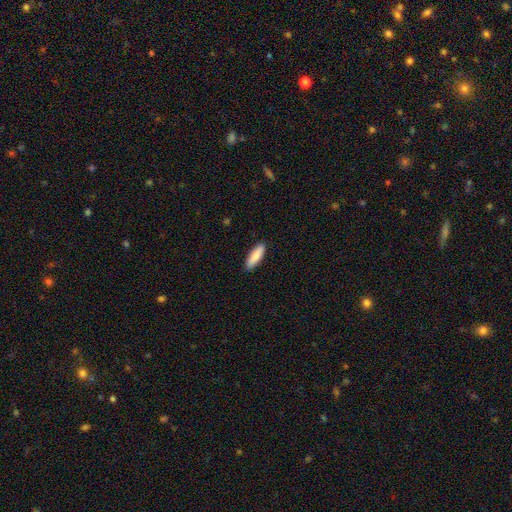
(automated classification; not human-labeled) The model was most divided on "how rounded": cigar-shaped: 53%, in between: 46%, round: 2%. More confident: merging — none (89%); smooth or featured — smooth (85%).